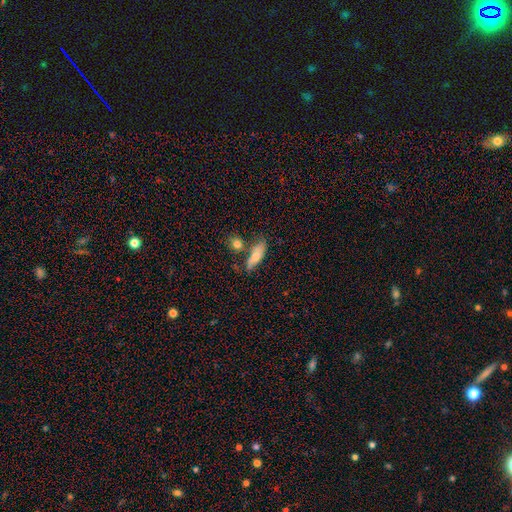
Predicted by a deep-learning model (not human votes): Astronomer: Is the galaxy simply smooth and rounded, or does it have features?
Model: smooth — 69%.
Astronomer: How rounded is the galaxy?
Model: in between — 58% (runner-up: cigar-shaped, 38%).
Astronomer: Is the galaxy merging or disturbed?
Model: none — 55%.